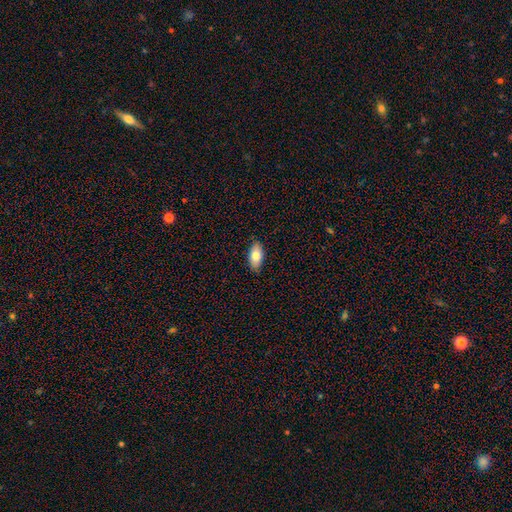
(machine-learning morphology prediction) A smooth galaxy with no disk features (80%) that is in between round and cigar-shaped (92%). Merging: none (87%).